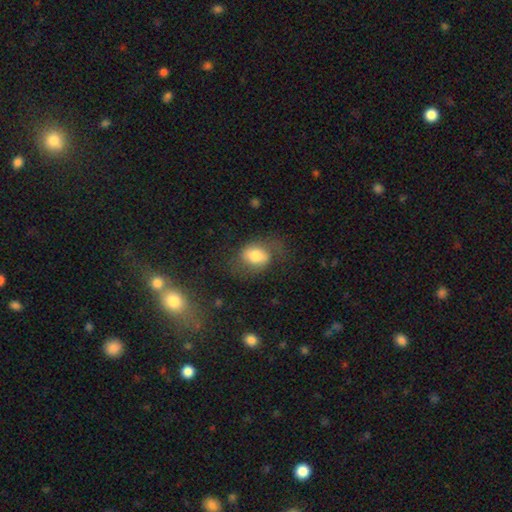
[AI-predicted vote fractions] Overall: smooth (64%; featured or disk 27%). How rounded: in between (64%; round 34%). Merging: none (54%; minor disturbance 24%).